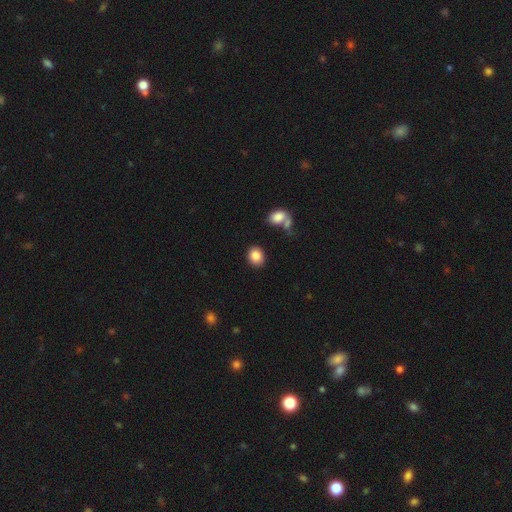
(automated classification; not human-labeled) smooth 85%, star or artifact 9%, featured or disk 6%. Down the decision tree: how rounded — round (58%); merging — none (85%).